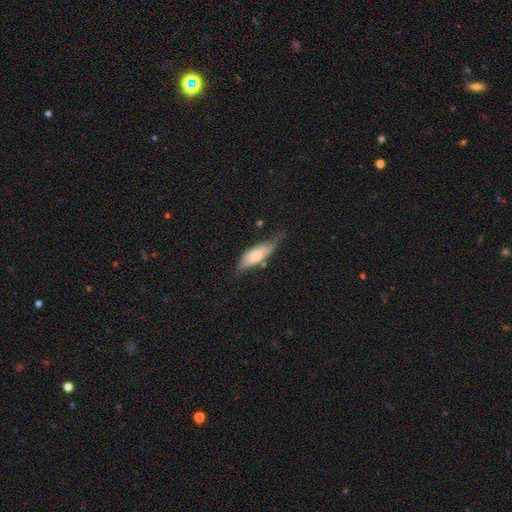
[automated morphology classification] Smooth or featured: smooth — 50% (featured or disk — 44%)
Merging: none — 46% (minor disturbance — 34%)